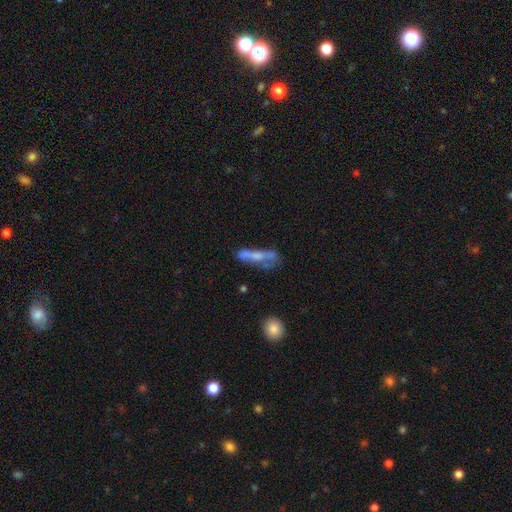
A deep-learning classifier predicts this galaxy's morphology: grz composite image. It shows a smooth galaxy with no disk features (47%). Merging: none (40%).